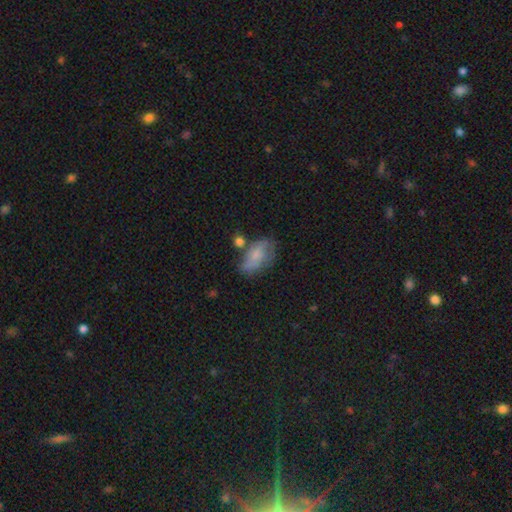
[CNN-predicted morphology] smooth_or_featured: smooth (p=0.61) [alt: featured or disk p=0.30]
how_rounded: in between (p=0.88) [alt: round p=0.08]
merging: none (p=0.48) [alt: minor disturbance p=0.28]